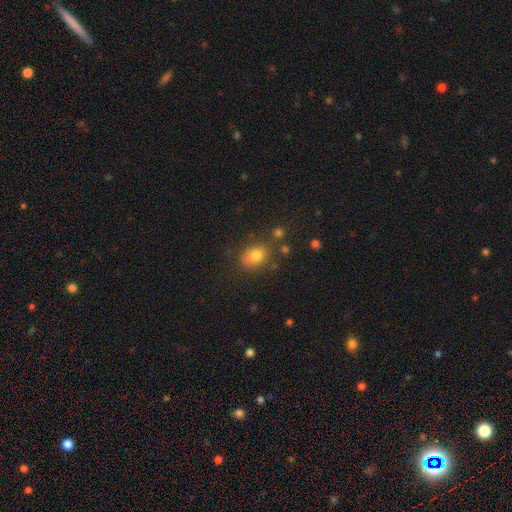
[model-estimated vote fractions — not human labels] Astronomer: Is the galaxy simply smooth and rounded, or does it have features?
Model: smooth — 77%.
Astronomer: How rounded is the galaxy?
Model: in between — 62%.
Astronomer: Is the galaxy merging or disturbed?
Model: none — 71%.